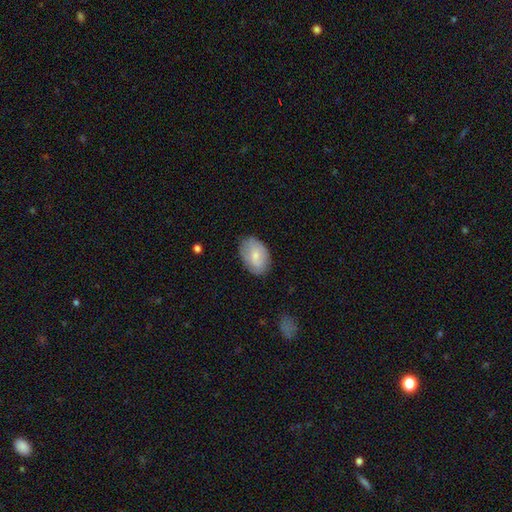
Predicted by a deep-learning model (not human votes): This appears to be a smooth galaxy with no disk features (71%) that is in between round and cigar-shaped (86%). Merging: none (77%).